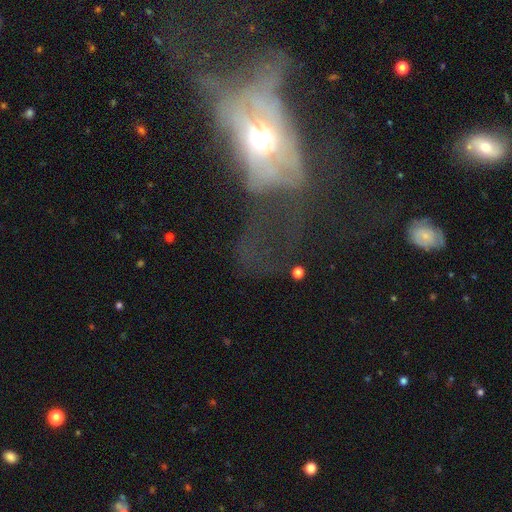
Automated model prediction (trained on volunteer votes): smooth-or-featured: featured or disk: 50% | smooth: 28% | star or artifact: 21%
  disk-edge-on: no: 85% | yes: 15%
  merging: major disturbance: 59% | none: 18% | minor disturbance: 12% | merger: 10%